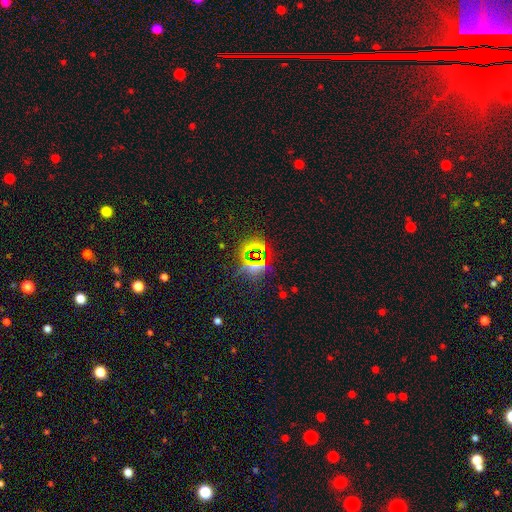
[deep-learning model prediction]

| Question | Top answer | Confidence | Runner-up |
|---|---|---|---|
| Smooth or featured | star or artifact | 75% | smooth (17%) |